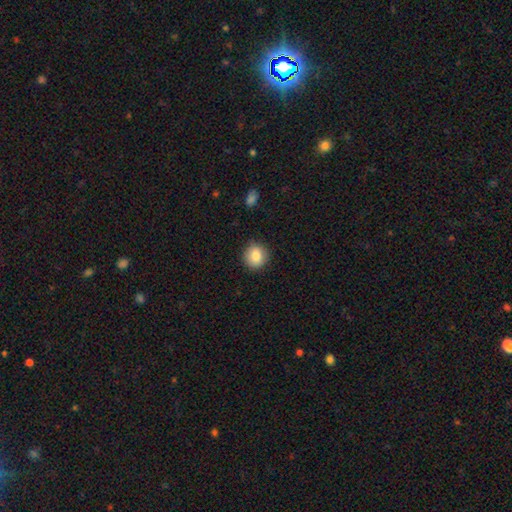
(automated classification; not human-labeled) A smooth galaxy with no disk features (85%) that is round (86%). Merging: none (89%).